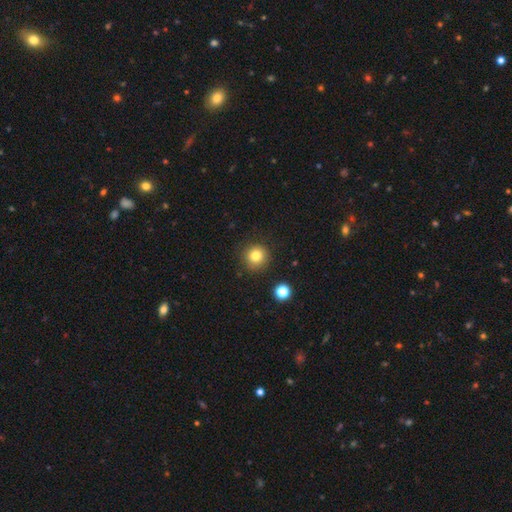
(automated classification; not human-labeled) A smooth galaxy with no disk features (81%) that is round (93%).

Vote fractions:
- Smooth or featured? smooth: 81% / star or artifact: 12% / featured or disk: 7%
- How rounded? round: 93% / in between: 6% / cigar-shaped: 1%
- Merging? none: 89% / minor disturbance: 7% / major disturbance: 2% / merger: 2%